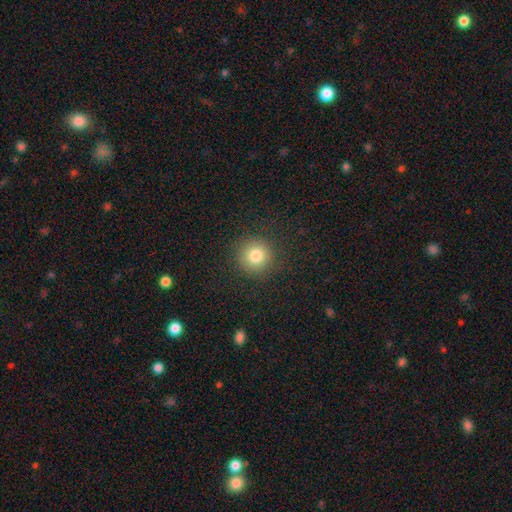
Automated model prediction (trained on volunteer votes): Q: Smooth or featured?
A: smooth (81%); runner-up: star or artifact (12%)
Q: How rounded?
A: round (94%); runner-up: in between (5%)
Q: Merging?
A: none (90%); runner-up: minor disturbance (7%)